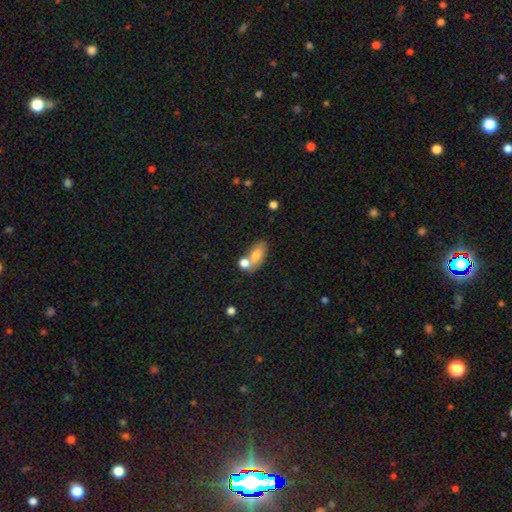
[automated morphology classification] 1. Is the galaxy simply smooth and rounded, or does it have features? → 76% smooth, 16% featured or disk, 8% star or artifact.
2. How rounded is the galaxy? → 83% in between, 10% round, 7% cigar-shaped.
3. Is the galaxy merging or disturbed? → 43% none, 40% merger, 13% minor disturbance, 5% major disturbance.